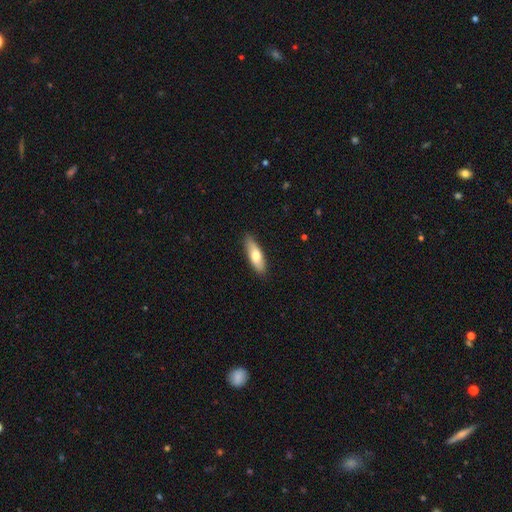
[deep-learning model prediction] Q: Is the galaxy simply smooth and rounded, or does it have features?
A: smooth — 70%.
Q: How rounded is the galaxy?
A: in between — 58%.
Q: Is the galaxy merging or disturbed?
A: none — 85%.